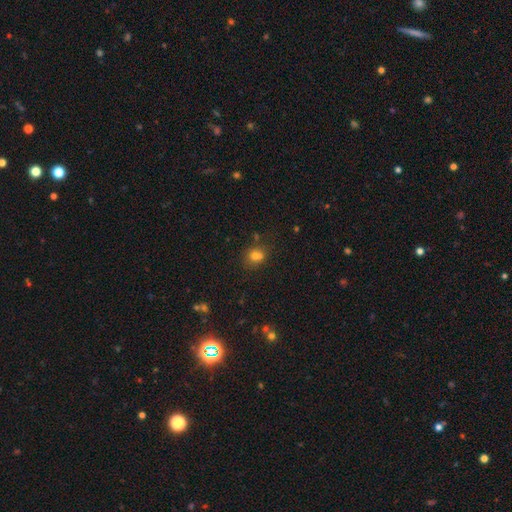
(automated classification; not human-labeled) A smooth galaxy with no disk features (69%) that is round (69%). Merging: none (48%).